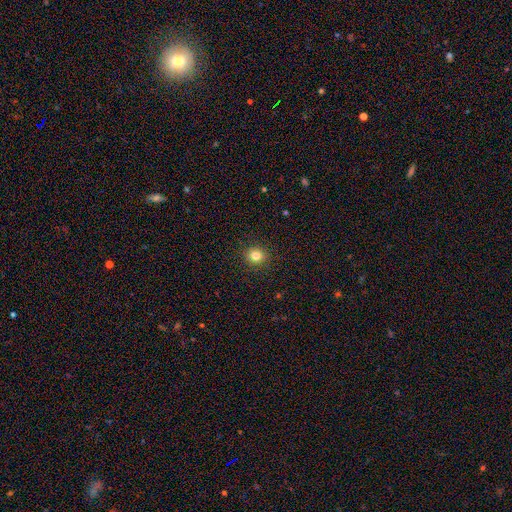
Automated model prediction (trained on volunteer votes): Smooth or featured? smooth (81%)
How rounded? round (89%)
Merging? none (92%)